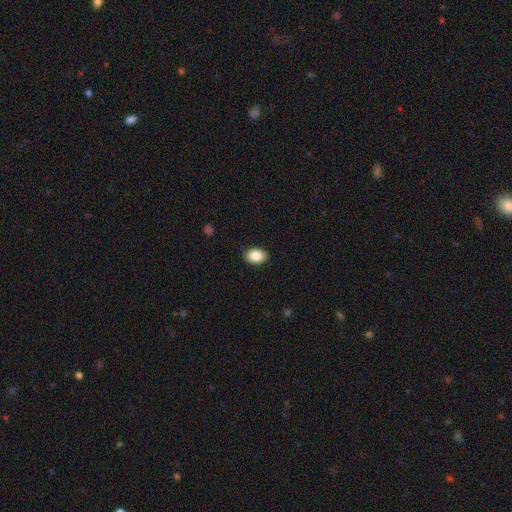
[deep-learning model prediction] A smooth galaxy with no disk features (87%) that is in between round and cigar-shaped (82%). Merging: none (88%).